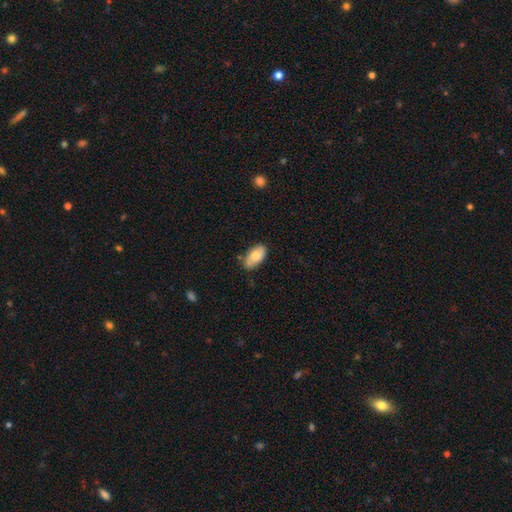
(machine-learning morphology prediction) Smooth or featured? Predicted: smooth (p=0.75). How rounded? Predicted: in between (p=0.94). Merging? Predicted: none (p=0.69).